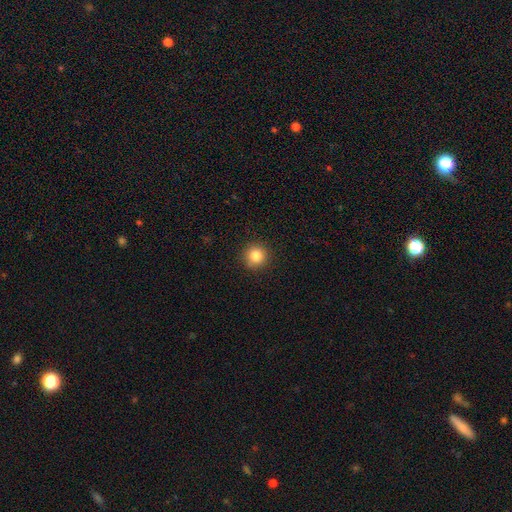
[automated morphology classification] type=smooth (84%); roundness=round (94%); merging=none (91%).